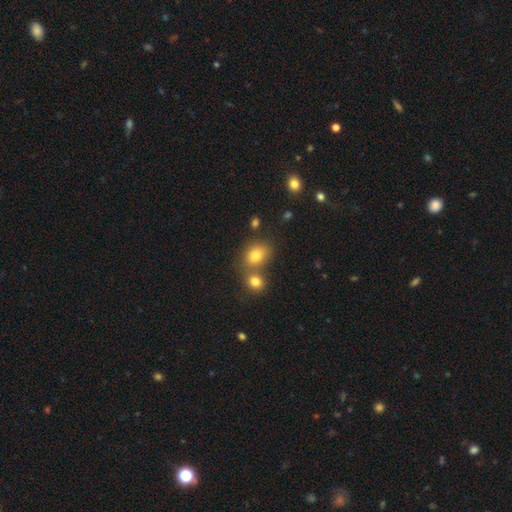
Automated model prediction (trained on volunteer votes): A smooth galaxy with no disk features (78%) that is in between round and cigar-shaped (54%). Merging: none (53%).